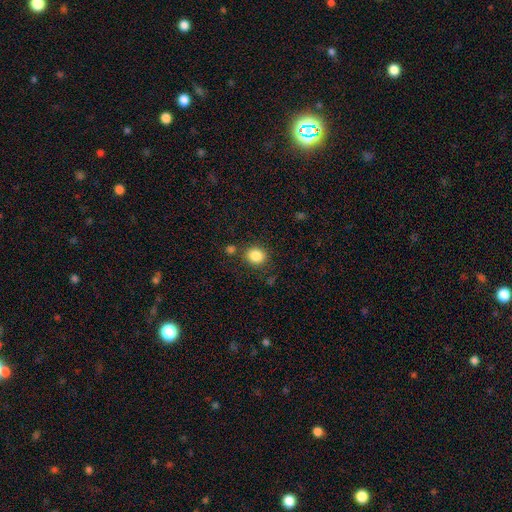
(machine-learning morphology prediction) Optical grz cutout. It shows a smooth galaxy with no disk features (86%) that is round (73%). Merging: none (79%).